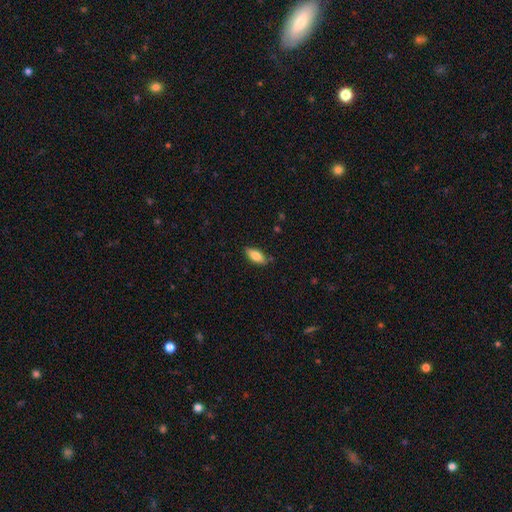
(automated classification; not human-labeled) This is likely a smooth galaxy (79%). How rounded: likely in between (78%). Merging: clearly none (81%).